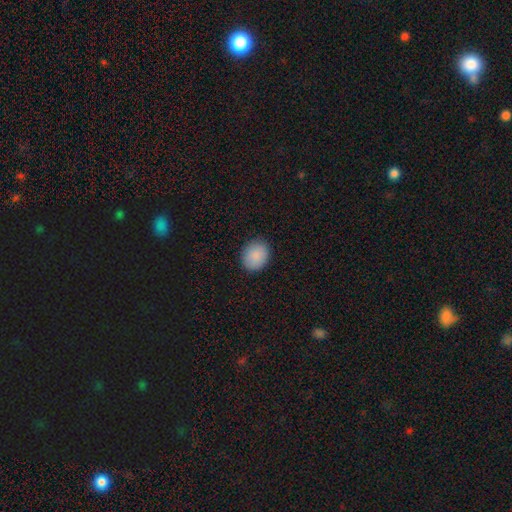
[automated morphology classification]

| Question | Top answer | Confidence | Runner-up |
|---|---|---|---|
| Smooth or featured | smooth | 89% | star or artifact (7%) |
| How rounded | round | 61% | in between (38%) |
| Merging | none | 88% | minor disturbance (8%) |